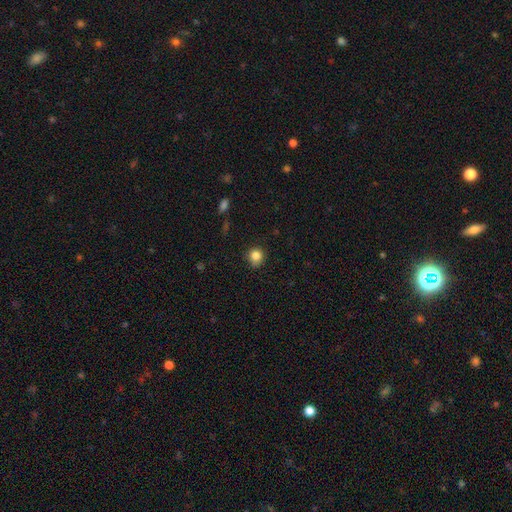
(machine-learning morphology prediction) A smooth galaxy with no disk features (84%) that is round (87%).

Vote fractions:
- Smooth or featured? smooth: 84% / star or artifact: 11% / featured or disk: 5%
- How rounded? round: 87% / in between: 12% / cigar-shaped: 1%
- Merging? none: 74% / minor disturbance: 20% / major disturbance: 4% / merger: 2%